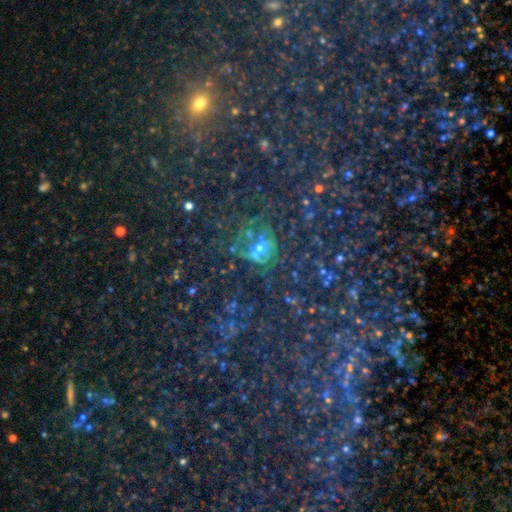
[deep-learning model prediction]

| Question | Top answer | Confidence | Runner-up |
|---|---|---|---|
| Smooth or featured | star or artifact | 47% | featured or disk (32%) |